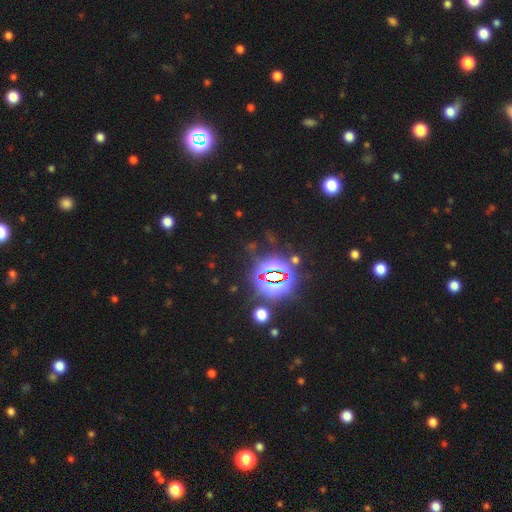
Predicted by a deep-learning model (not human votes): Morphology: type=star or artifact (83%).